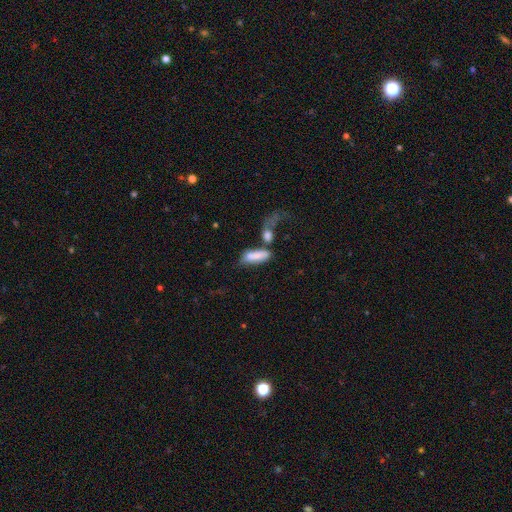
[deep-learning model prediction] Smooth or featured?
  - smooth: 76% *
  - featured or disk: 16%
  - star or artifact: 8%
How rounded?
  - in between: 64% *
  - cigar-shaped: 33%
  - round: 3%
Merging?
  - merger: 42% *
  - none: 24%
  - major disturbance: 20%
  - minor disturbance: 14%